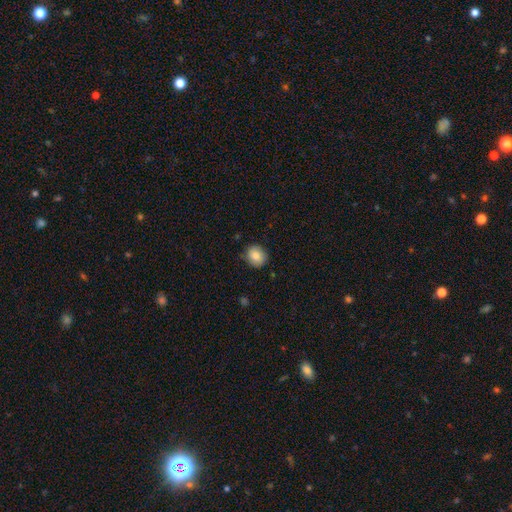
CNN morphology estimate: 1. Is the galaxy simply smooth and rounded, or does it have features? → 84% smooth, 8% star or artifact, 8% featured or disk.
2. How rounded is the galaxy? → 76% round, 23% in between, 1% cigar-shaped.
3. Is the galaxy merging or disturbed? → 83% none, 13% minor disturbance, 2% major disturbance, 1% merger.